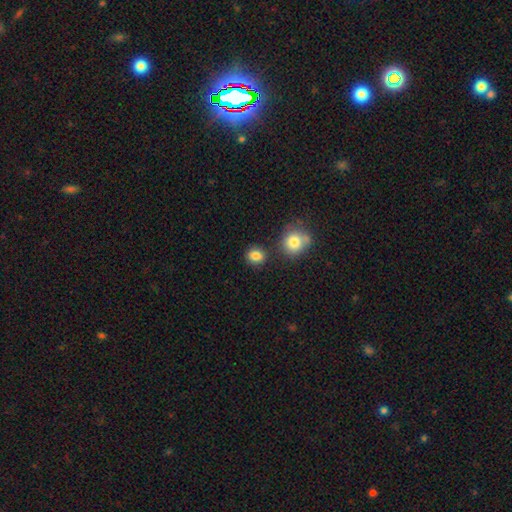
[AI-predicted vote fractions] A smooth galaxy with no disk features (84%) that is round (76%).

Vote fractions:
- Smooth or featured? smooth: 84% / star or artifact: 11% / featured or disk: 5%
- How rounded? round: 76% / in between: 23% / cigar-shaped: 1%
- Merging? none: 80% / minor disturbance: 10% / merger: 8% / major disturbance: 3%